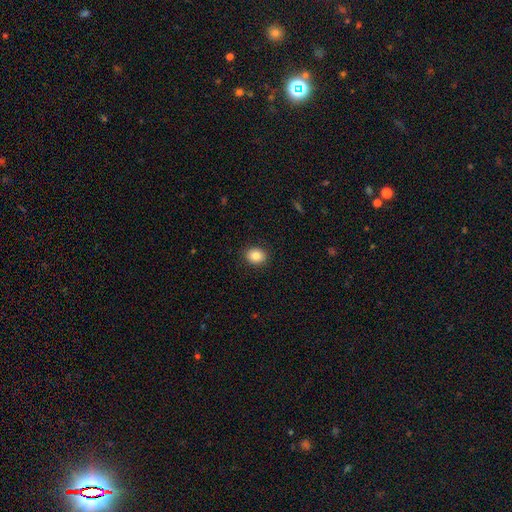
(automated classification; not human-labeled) Smooth or featured?
  - smooth: 84% *
  - star or artifact: 9%
  - featured or disk: 7%
How rounded?
  - round: 61% *
  - in between: 38%
  - cigar-shaped: 1%
Merging?
  - none: 90% *
  - minor disturbance: 7%
  - major disturbance: 2%
  - merger: 1%